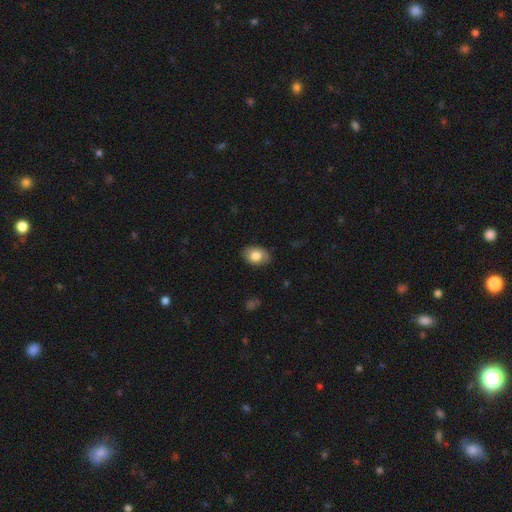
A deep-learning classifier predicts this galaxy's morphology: The model was most divided on "how rounded": in between: 81%, round: 18%, cigar-shaped: 1%. More confident: merging — none (85%); smooth or featured — smooth (80%).